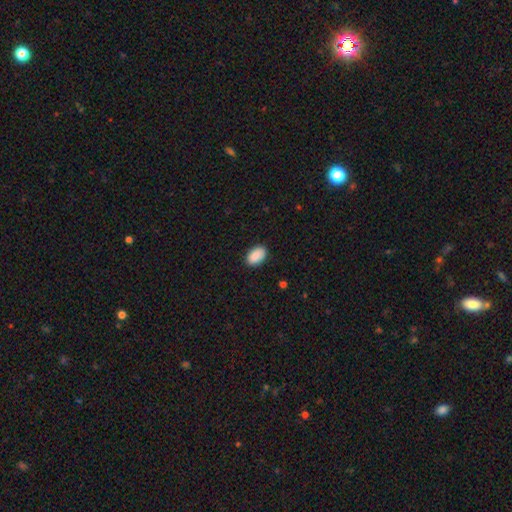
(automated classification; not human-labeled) Smooth or featured? smooth (89%)
How rounded? in between (93%)
Merging? none (88%)